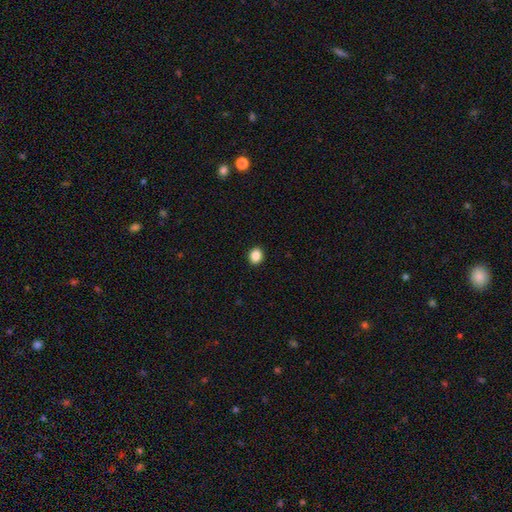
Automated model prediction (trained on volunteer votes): Smooth or featured: smooth — 87% (star or artifact — 10%)
How rounded: round — 60% (in between — 39%)
Merging: none — 92% (minor disturbance — 5%)